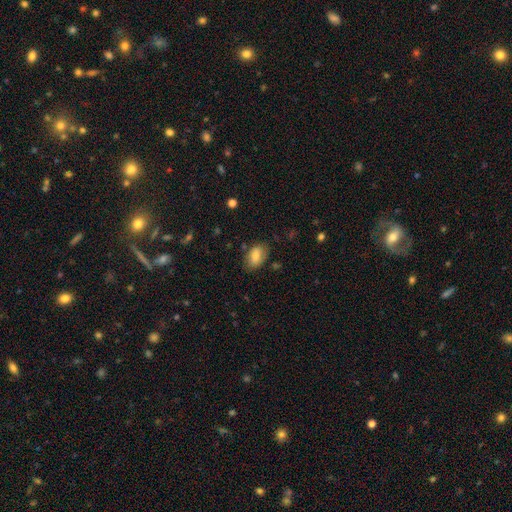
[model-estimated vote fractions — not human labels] This is clearly a smooth galaxy (80%). How rounded: clearly in between (91%). Merging: likely none (78%).